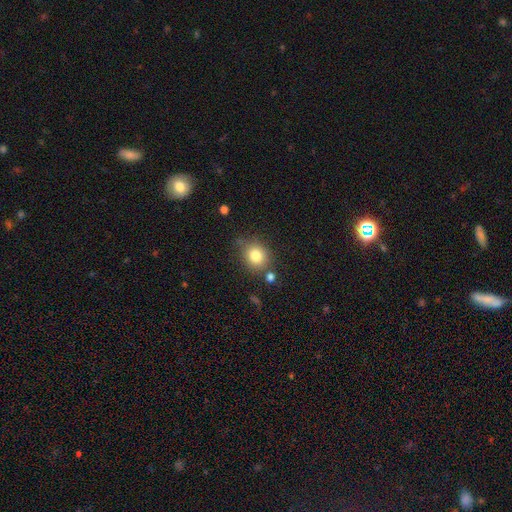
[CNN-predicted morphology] A smooth galaxy with no disk features (81%) that is round (71%). Merging: none (73%).